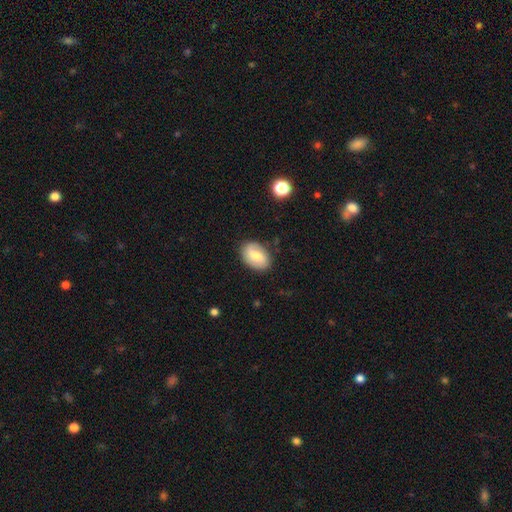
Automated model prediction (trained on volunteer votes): Smooth or featured? smooth (60%)
How rounded? in between (85%)
Merging? none (84%)